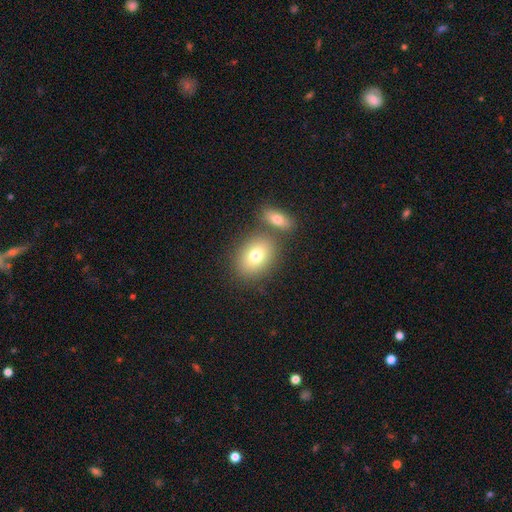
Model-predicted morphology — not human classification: This appears to be a smooth galaxy with no disk features (76%) that is in between round and cigar-shaped (68%). Merging: none (65%).